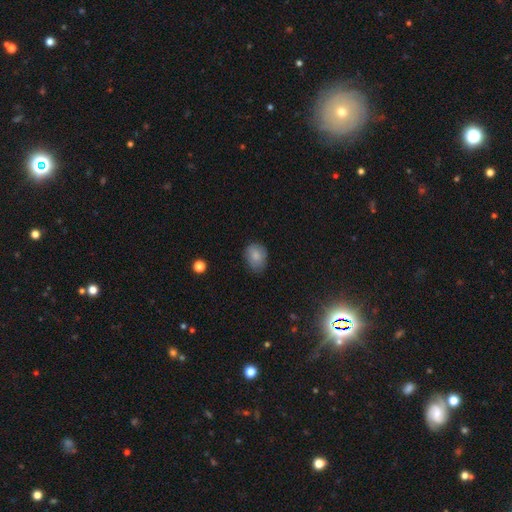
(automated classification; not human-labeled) Smooth or featured?
  - smooth: 82% *
  - featured or disk: 10%
  - star or artifact: 8%
How rounded?
  - in between: 59% *
  - round: 40%
  - cigar-shaped: 1%
Merging?
  - none: 69% *
  - minor disturbance: 25%
  - major disturbance: 5%
  - merger: 1%